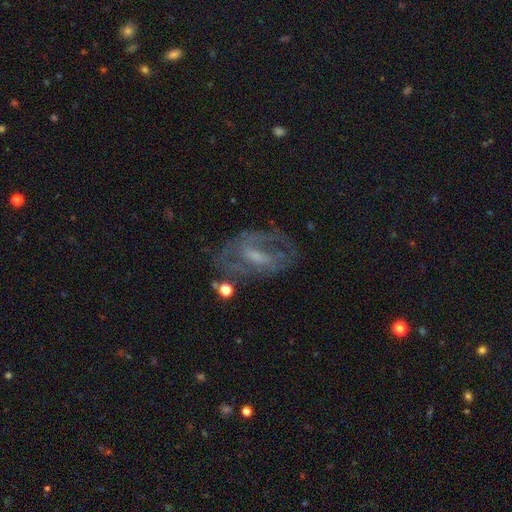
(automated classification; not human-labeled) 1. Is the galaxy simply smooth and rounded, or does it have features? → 70% featured or disk, 20% smooth, 10% star or artifact.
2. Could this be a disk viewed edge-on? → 94% no, 6% yes.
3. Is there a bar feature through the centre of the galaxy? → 46% weak, 32% no, 21% strong.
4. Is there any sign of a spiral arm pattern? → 58% yes, 42% no.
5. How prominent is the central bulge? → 46% small, 29% moderate, 21% none, 3% large, 1% dominant.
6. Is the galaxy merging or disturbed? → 54% none, 22% major disturbance, 20% minor disturbance, 3% merger.